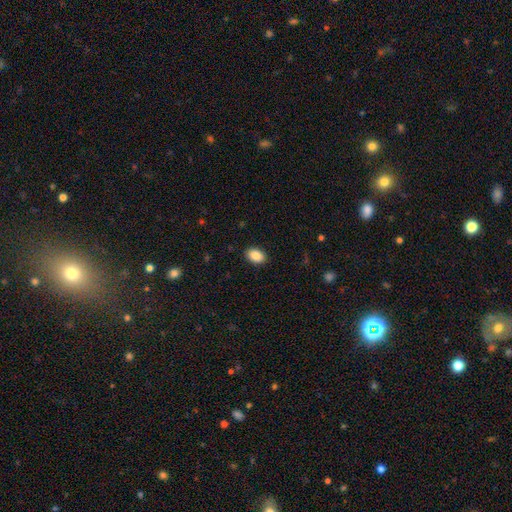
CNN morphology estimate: This is clearly a smooth galaxy (89%). How rounded: clearly in between (86%). Merging: clearly none (90%).